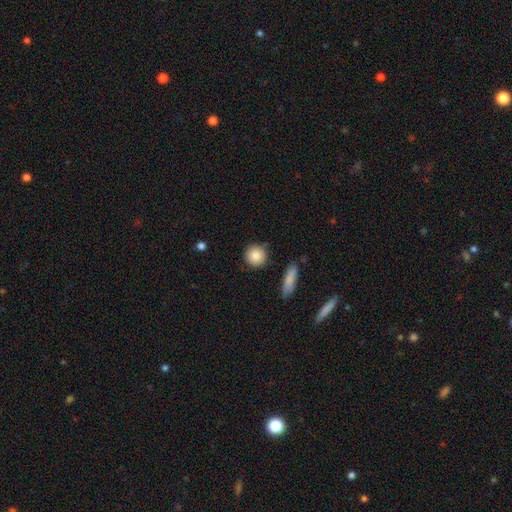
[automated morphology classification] A smooth galaxy with no disk features (86%) that is round (90%).

Vote fractions:
- Smooth or featured? smooth: 86% / star or artifact: 7% / featured or disk: 7%
- How rounded? round: 90% / in between: 8% / cigar-shaped: 2%
- Merging? none: 85% / minor disturbance: 9% / merger: 4% / major disturbance: 2%